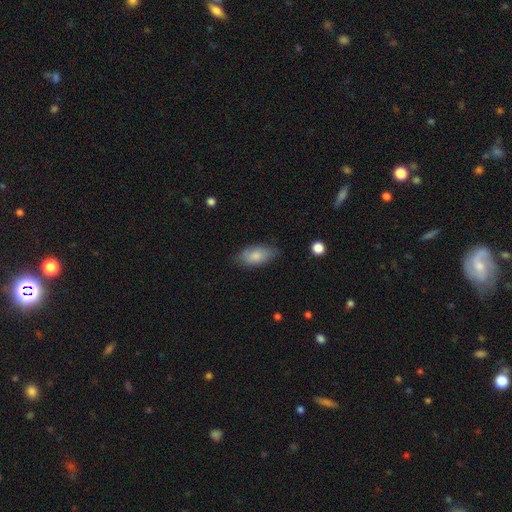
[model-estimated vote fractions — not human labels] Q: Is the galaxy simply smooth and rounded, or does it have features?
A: smooth — 78%.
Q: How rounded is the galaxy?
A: in between — 91%.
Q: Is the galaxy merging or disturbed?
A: none — 73%.